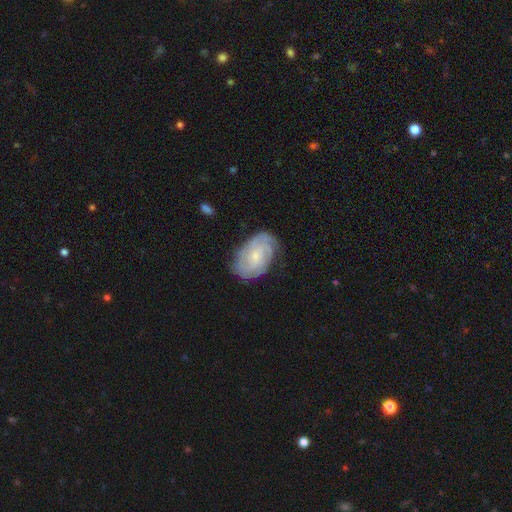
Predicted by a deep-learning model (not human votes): The model was most divided on "spiral arm count": can't tell: 39%, 2: 24%, 3: 17%, 4: 9%, 1: 5%, more than 4: 5%. More confident: edge-on disk — no (97%); spiral arms — yes (93%); merging — none (75%); smooth or featured — featured or disk (73%); bulge size — small (69%); spiral winding — tight (65%); bar — no (63%).